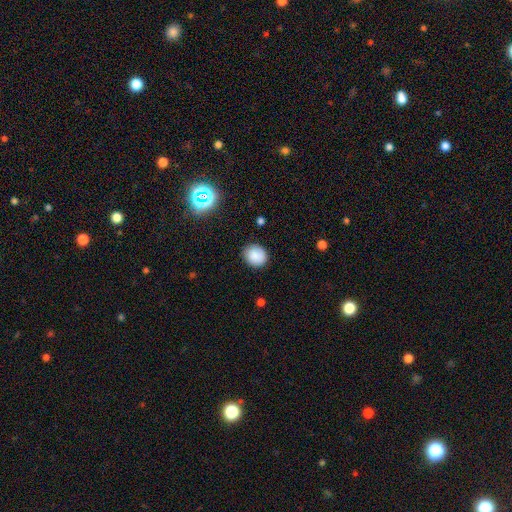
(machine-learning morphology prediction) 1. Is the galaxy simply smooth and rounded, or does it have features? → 86% smooth, 9% star or artifact, 5% featured or disk.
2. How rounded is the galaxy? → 72% round, 27% in between, 1% cigar-shaped.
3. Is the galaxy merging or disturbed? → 86% none, 10% minor disturbance, 2% major disturbance, 1% merger.